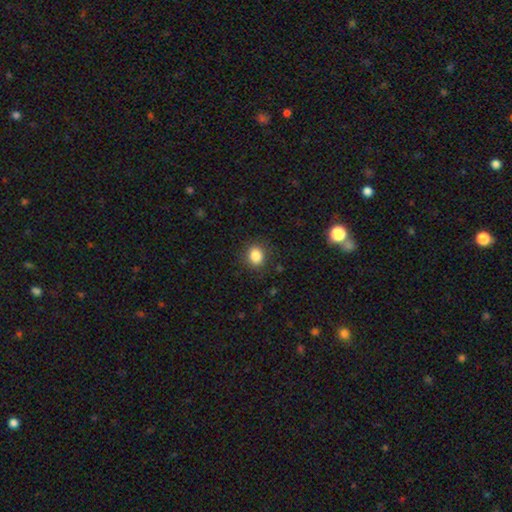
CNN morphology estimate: A smooth galaxy with no disk features (85%) that is round (66%). Merging: none (87%).